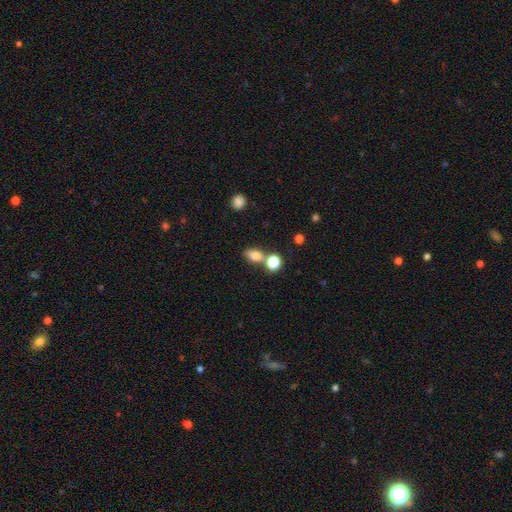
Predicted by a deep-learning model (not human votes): Smooth or featured? Predicted: smooth (p=0.78). How rounded? Predicted: in between (p=0.72). Merging? Predicted: none (p=0.51).